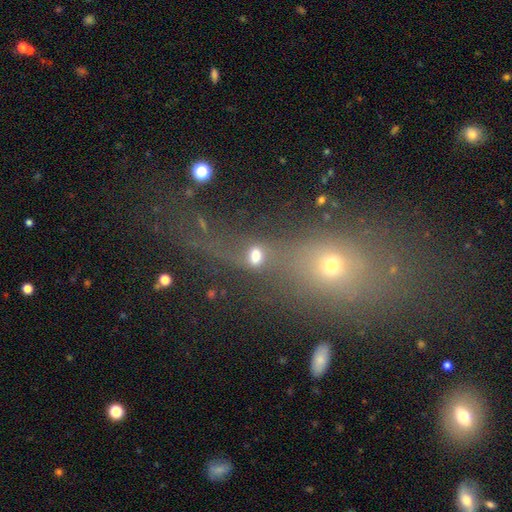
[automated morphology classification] Smooth or featured: smooth — 49% (featured or disk — 27%)
Merging: none — 35% (merger — 34%)